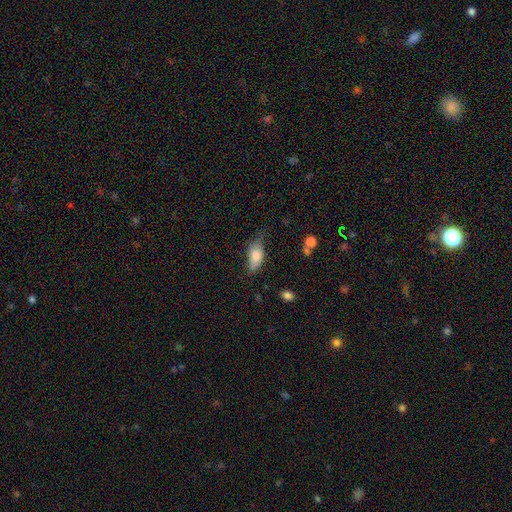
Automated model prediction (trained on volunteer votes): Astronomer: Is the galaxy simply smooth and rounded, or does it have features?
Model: smooth — 80%.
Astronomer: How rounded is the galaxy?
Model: in between — 84%.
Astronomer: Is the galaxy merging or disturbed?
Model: none — 48% (runner-up: minor disturbance, 37%).